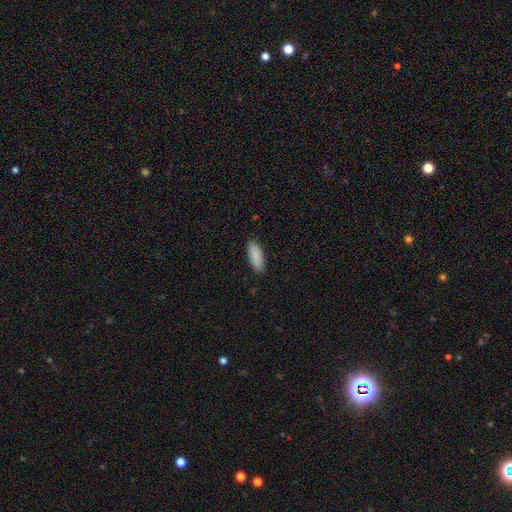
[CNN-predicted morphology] smooth_or_featured: smooth (p=0.88) [alt: featured or disk p=0.07]
how_rounded: in between (p=0.79) [alt: cigar-shaped p=0.19]
merging: none (p=0.87) [alt: minor disturbance p=0.10]